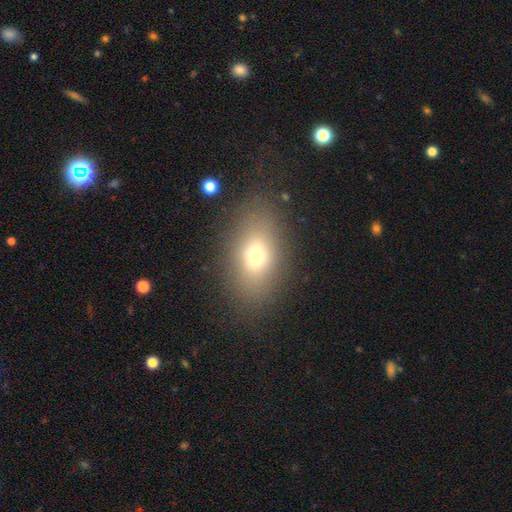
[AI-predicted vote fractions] The model was most divided on "smooth or featured": smooth: 70%, featured or disk: 16%, star or artifact: 14%. More confident: merging — none (82%); how rounded — in between (82%).